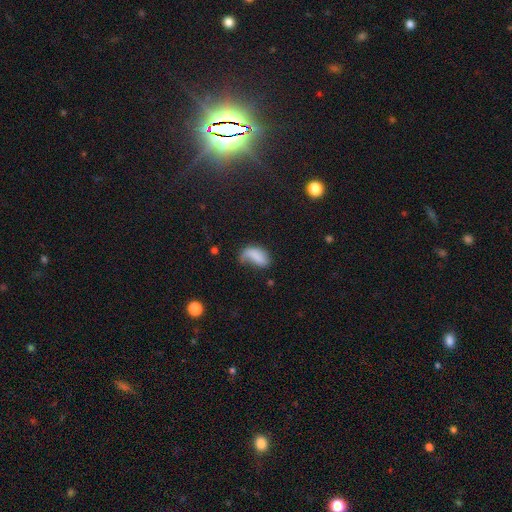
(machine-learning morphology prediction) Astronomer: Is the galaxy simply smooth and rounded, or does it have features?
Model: smooth — 66%.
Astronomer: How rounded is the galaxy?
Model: in between — 91%.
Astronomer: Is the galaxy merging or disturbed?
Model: major disturbance — 37% (runner-up: minor disturbance, 29%).